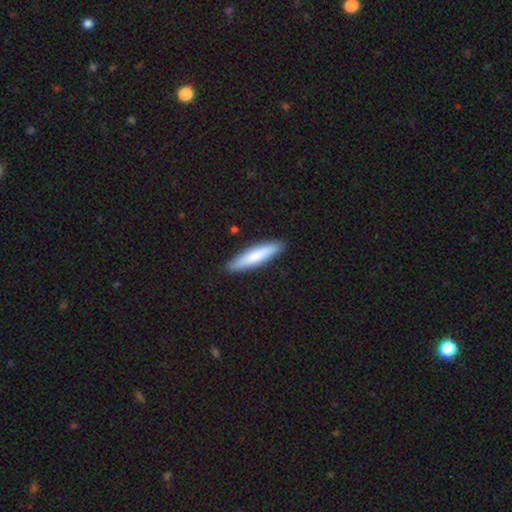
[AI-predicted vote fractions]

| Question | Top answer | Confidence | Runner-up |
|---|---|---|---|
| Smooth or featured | smooth | 72% | featured or disk (22%) |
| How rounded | cigar-shaped | 86% | in between (13%) |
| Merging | none | 90% | minor disturbance (7%) |